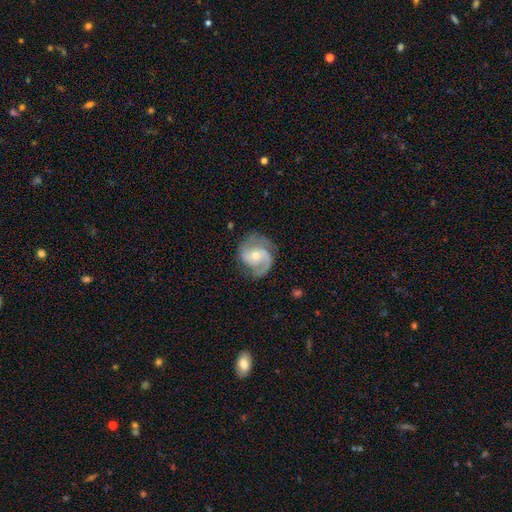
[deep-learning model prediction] Smooth or featured: featured or disk — 87% (smooth — 8%)
Edge-on disk: no — 98% (yes — 2%)
Bar: no — 57% (weak — 34%)
Spiral arms: yes — 97% (no — 3%)
Spiral winding: medium — 53% (tight — 30%)
Spiral arm count: 2 — 82% (1 — 6%)
Bulge size: moderate — 49% (small — 48%)
Merging: none — 71% (minor disturbance — 19%)